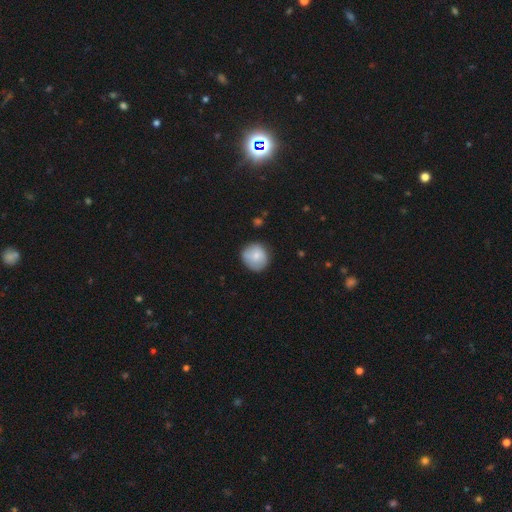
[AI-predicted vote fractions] A smooth galaxy with no disk features (75%) that is round (90%).

Vote fractions:
- Smooth or featured? smooth: 75% / featured or disk: 17% / star or artifact: 8%
- How rounded? round: 90% / in between: 9% / cigar-shaped: 1%
- Merging? none: 78% / minor disturbance: 17% / major disturbance: 3% / merger: 2%